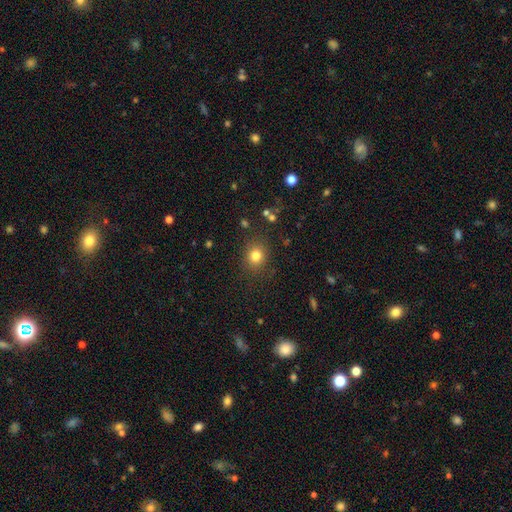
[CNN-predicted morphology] smooth-or-featured: smooth: 79% | star or artifact: 14% | featured or disk: 7%
  how-rounded: round: 76% | in between: 23% | cigar-shaped: 1%
  merging: none: 85% | minor disturbance: 9% | major disturbance: 4% | merger: 2%